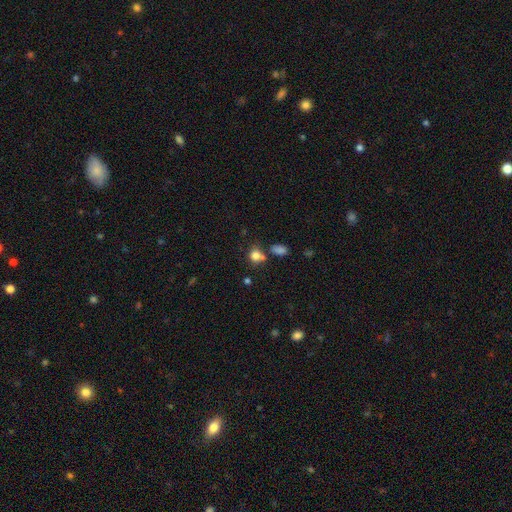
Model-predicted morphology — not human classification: Smooth or featured?
  - smooth: 80% *
  - star or artifact: 12%
  - featured or disk: 8%
How rounded?
  - round: 77% *
  - in between: 21%
  - cigar-shaped: 1%
Merging?
  - none: 56% *
  - merger: 26%
  - minor disturbance: 13%
  - major disturbance: 5%